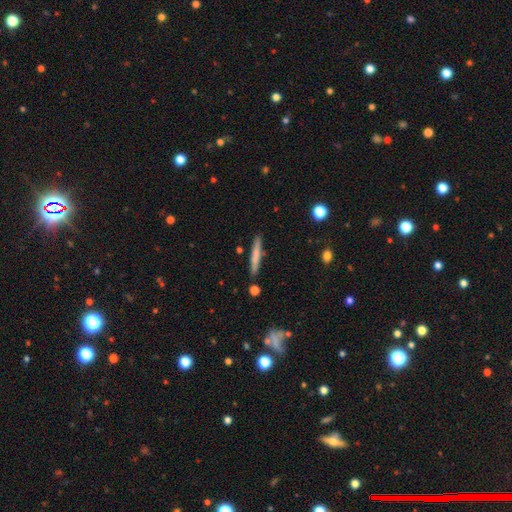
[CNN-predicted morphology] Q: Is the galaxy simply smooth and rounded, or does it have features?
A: smooth — 67%.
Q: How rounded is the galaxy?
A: cigar-shaped — 95%.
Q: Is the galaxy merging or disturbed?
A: none — 88%.